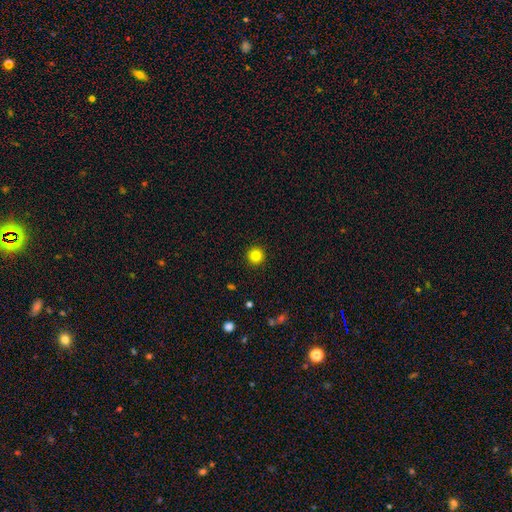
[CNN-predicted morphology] Smooth or featured?
  - smooth: 83% *
  - star or artifact: 12%
  - featured or disk: 5%
How rounded?
  - round: 96% *
  - in between: 3%
  - cigar-shaped: 1%
Merging?
  - none: 93% *
  - minor disturbance: 5%
  - major disturbance: 2%
  - merger: 1%